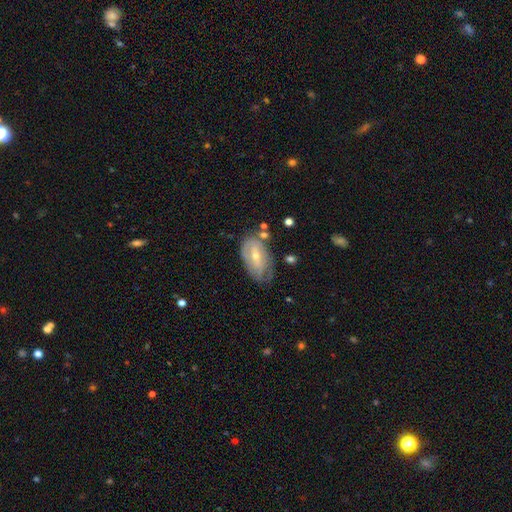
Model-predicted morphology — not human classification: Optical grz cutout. It shows a featured or disk galaxy (64%) with no bar (45%), spiral arms (67%) and a small central bulge (54%). Merging: none (59%).